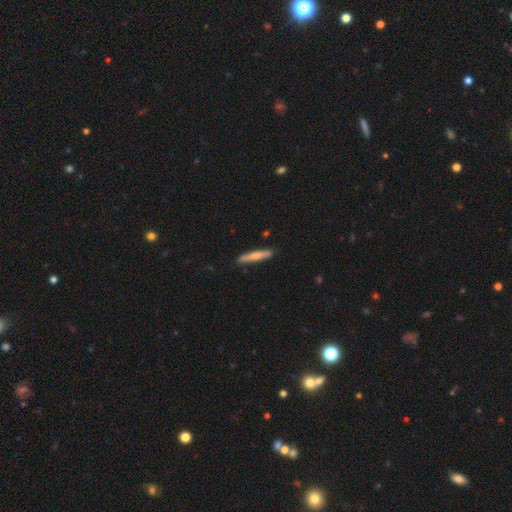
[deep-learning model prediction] smooth 64%, featured or disk 31%, star or artifact 5%. Down the decision tree: how rounded — cigar-shaped (92%); merging — none (87%).